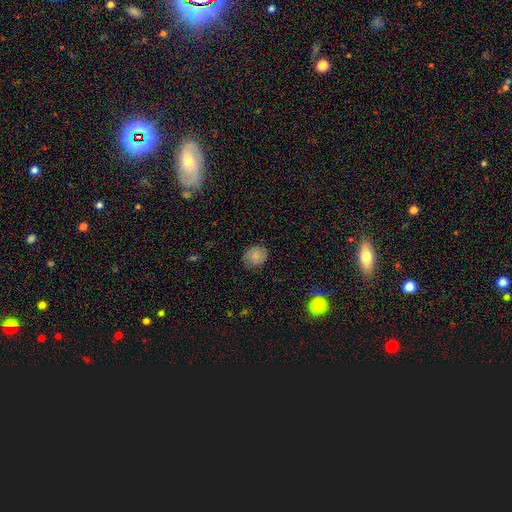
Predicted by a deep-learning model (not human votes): This appears to be a smooth galaxy with no disk features (76%) that is round (77%). Merging: none (82%).